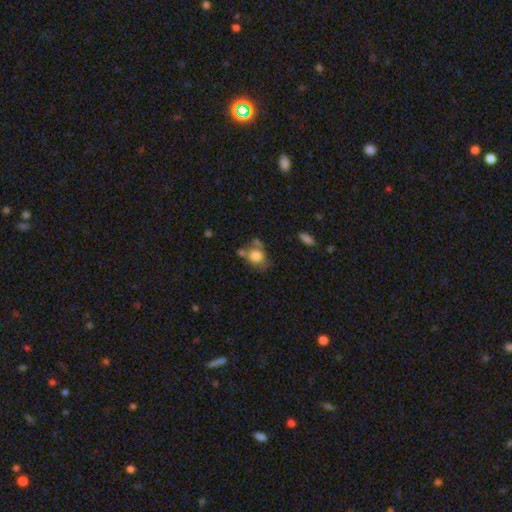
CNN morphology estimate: This is likely a smooth galaxy (73%). How rounded: possibly round (57%). Merging: marginally none (41%).